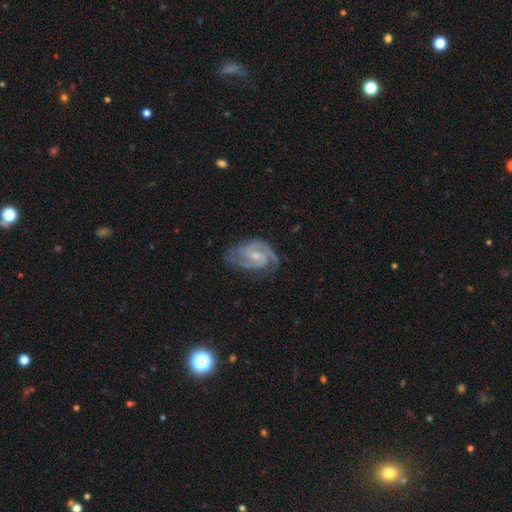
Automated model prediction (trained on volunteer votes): A featured or disk galaxy (90%) with no bar (45%, tied with weak), 2 (78%) medium (47%) spiral arms (98%) and a small central bulge (62%).

Vote fractions:
- Smooth or featured? featured or disk: 90% / smooth: 6% / star or artifact: 5%
- Edge-on disk? no: 98% / yes: 2%
- Bar? no: 45% (tied) / weak: 45% (tied) / strong: 10%
- Spiral arms? yes: 98% / no: 2%
- Spiral winding? medium: 47% / tight: 45% / loose: 8%
- Spiral arm count? 2: 78% / 3: 11% / can't tell: 5% / 1: 2% / 4: 2% / more than 4: 2%
- Bulge size? small: 62% / moderate: 31% / none: 5% / large: 1% / dominant: 1%
- Merging? none: 69% / minor disturbance: 21% / major disturbance: 8% / merger: 2%